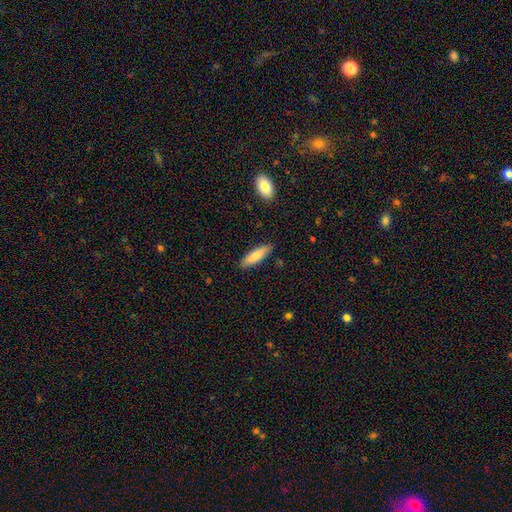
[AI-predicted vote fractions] This appears to be a smooth galaxy with no disk features (81%) that is cigar-shaped (63%). Merging: none (88%).